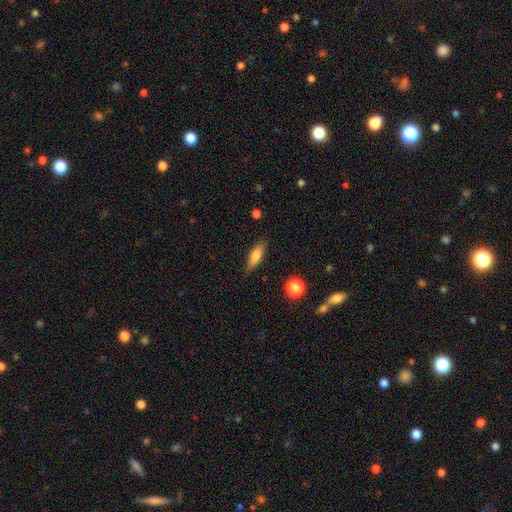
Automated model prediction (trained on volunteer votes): Smooth or featured? smooth (76%)
How rounded? in between (51%)
Merging? none (85%)